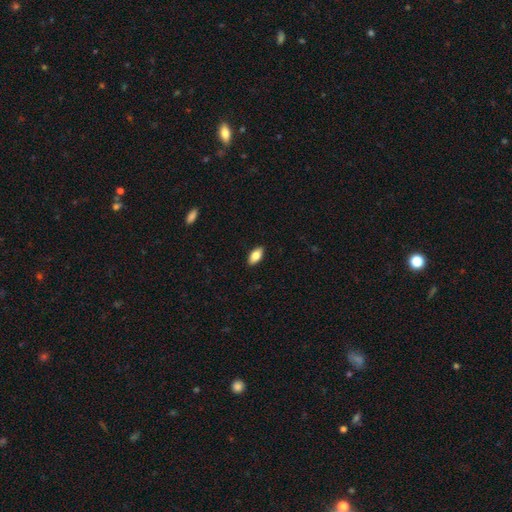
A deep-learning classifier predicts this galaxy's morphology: Q: Smooth or featured?
A: smooth (82%); runner-up: featured or disk (12%)
Q: How rounded?
A: in between (92%); runner-up: cigar-shaped (5%)
Q: Merging?
A: none (90%); runner-up: minor disturbance (7%)